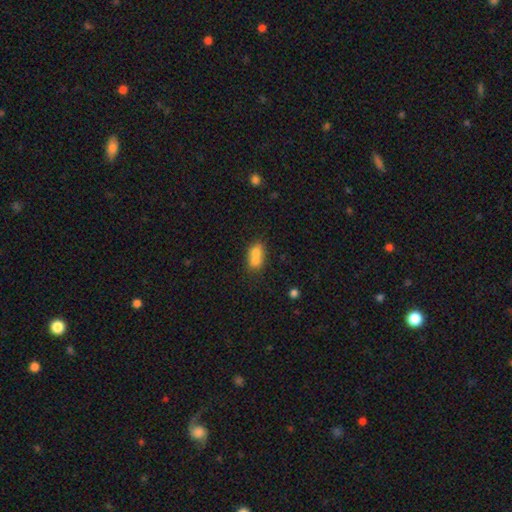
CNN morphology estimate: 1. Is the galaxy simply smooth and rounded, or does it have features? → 69% smooth, 21% featured or disk, 10% star or artifact.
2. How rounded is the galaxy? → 54% in between, 44% round, 2% cigar-shaped.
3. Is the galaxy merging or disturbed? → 68% merger, 22% none, 7% minor disturbance, 3% major disturbance.